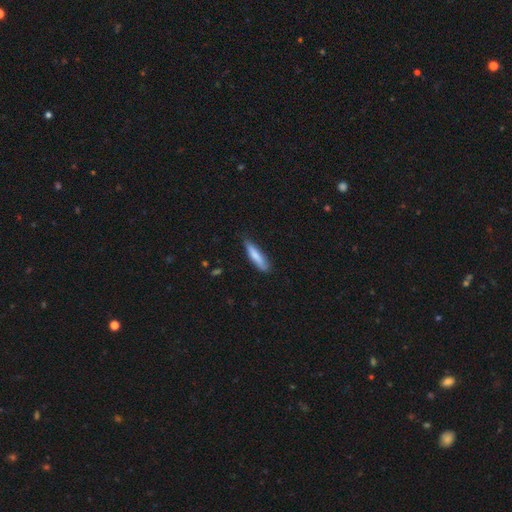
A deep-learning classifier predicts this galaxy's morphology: Smooth or featured? Predicted: smooth (p=0.78). How rounded? Predicted: cigar-shaped (p=0.81). Merging? Predicted: none (p=0.77).